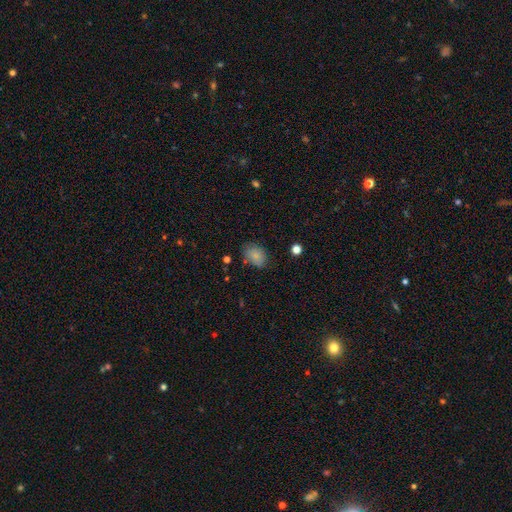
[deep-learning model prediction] smooth_or_featured: smooth (p=0.83) [alt: star or artifact p=0.09]
how_rounded: in between (p=0.76) [alt: round p=0.22]
merging: none (p=0.74) [alt: minor disturbance p=0.20]